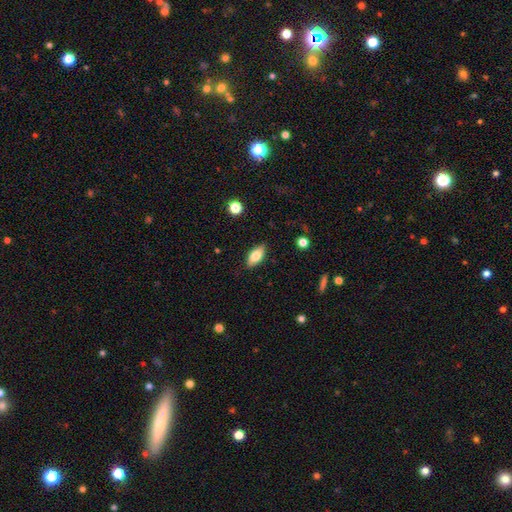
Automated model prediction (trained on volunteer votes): Q: Smooth or featured?
A: smooth (75%); runner-up: featured or disk (18%)
Q: How rounded?
A: in between (86%); runner-up: cigar-shaped (11%)
Q: Merging?
A: none (87%); runner-up: minor disturbance (10%)